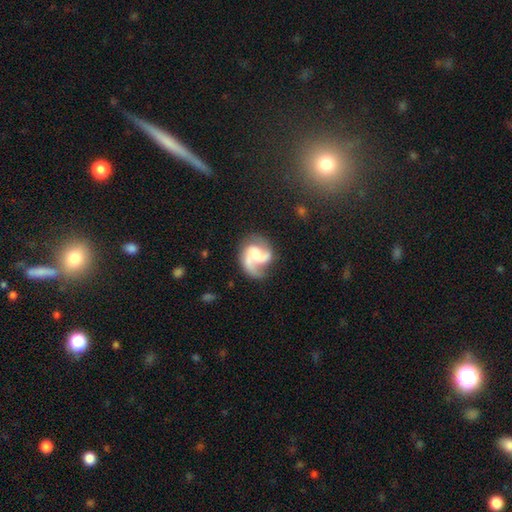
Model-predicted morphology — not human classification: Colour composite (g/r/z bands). It shows a featured or disk galaxy (85%) with no bar (52%), 2 (81%) medium (53%) spiral arms (97%) and a moderate central bulge (45%). Merging: none (68%).